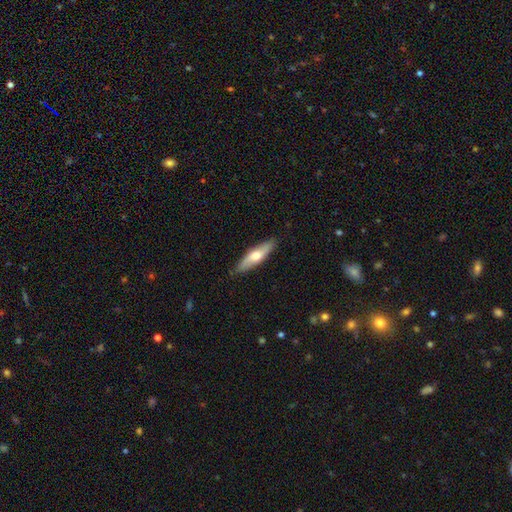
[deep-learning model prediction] A smooth galaxy with no disk features (58%) that is cigar-shaped (67%).

Vote fractions:
- Smooth or featured? smooth: 58% / featured or disk: 37% / star or artifact: 5%
- How rounded? cigar-shaped: 67% / in between: 31% / round: 2%
- Merging? none: 86% / minor disturbance: 11% / major disturbance: 2% / merger: 1%